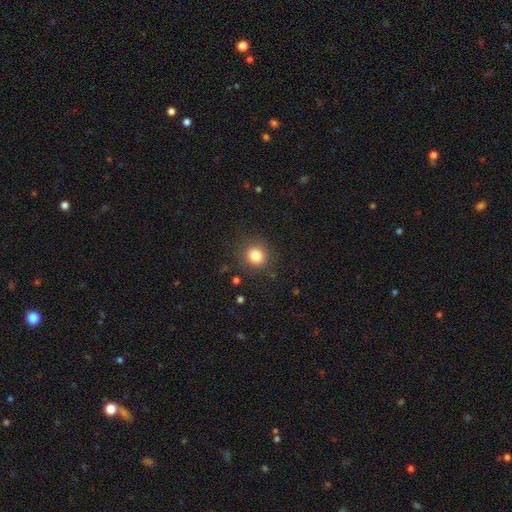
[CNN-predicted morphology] type=smooth (82%); roundness=round (90%); merging=none (87%).